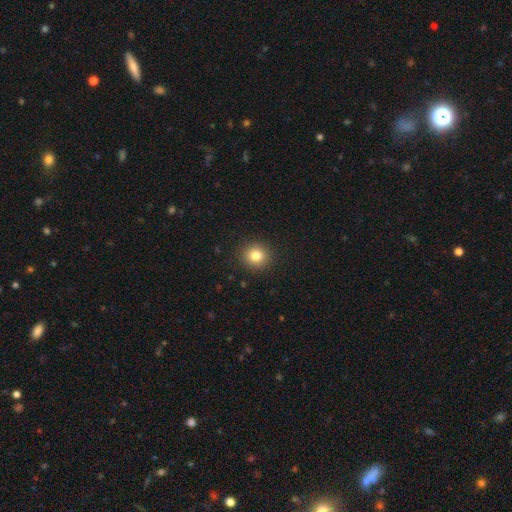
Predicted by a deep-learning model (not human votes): Smooth or featured? Predicted: smooth (p=0.82). How rounded? Predicted: round (p=0.89). Merging? Predicted: none (p=0.91).